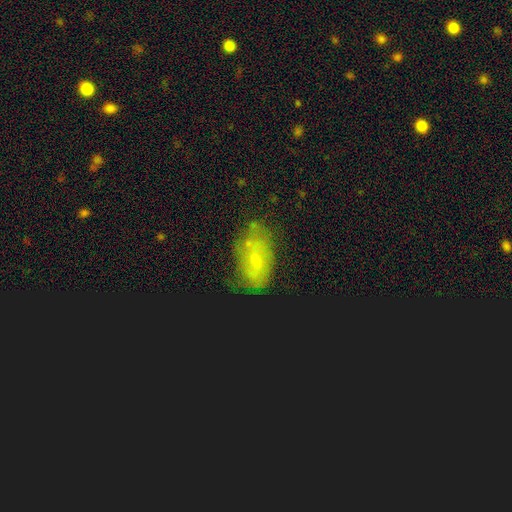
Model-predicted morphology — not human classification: A star or artifact, not a galaxy (42%).